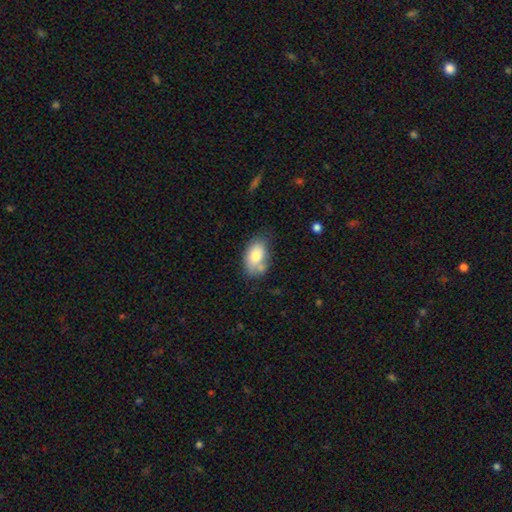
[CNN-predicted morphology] A smooth galaxy with no disk features (74%) that is in between round and cigar-shaped (89%). Merging: none (53%).